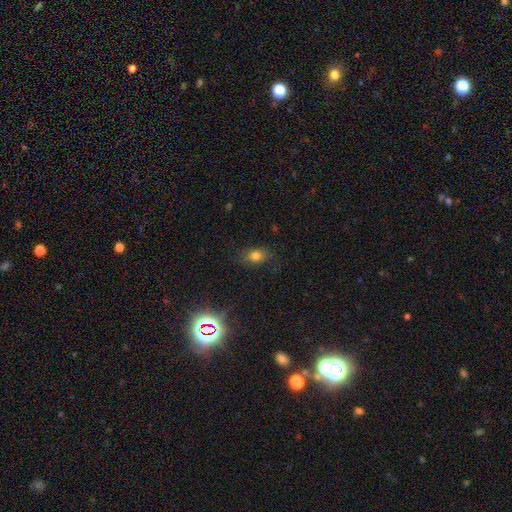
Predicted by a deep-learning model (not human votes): Morphology: type=smooth (73%); roundness=in between (67%); merging=none (77%).